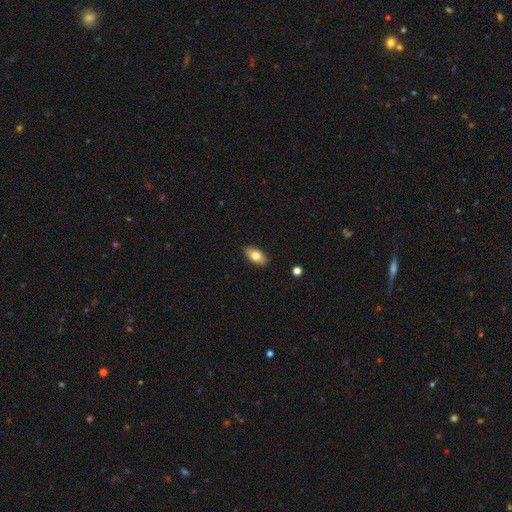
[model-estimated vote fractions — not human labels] Smooth or featured? Predicted: smooth (p=0.78). How rounded? Predicted: in between (p=0.92). Merging? Predicted: none (p=0.89).